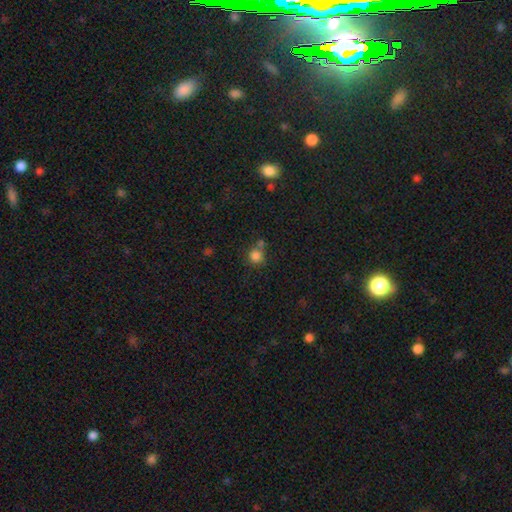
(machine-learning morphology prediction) A smooth galaxy with no disk features (81%) that is round (91%).

Vote fractions:
- Smooth or featured? smooth: 81% / star or artifact: 13% / featured or disk: 5%
- How rounded? round: 91% / in between: 8% / cigar-shaped: 1%
- Merging? none: 62% / merger: 24% / minor disturbance: 11% / major disturbance: 4%